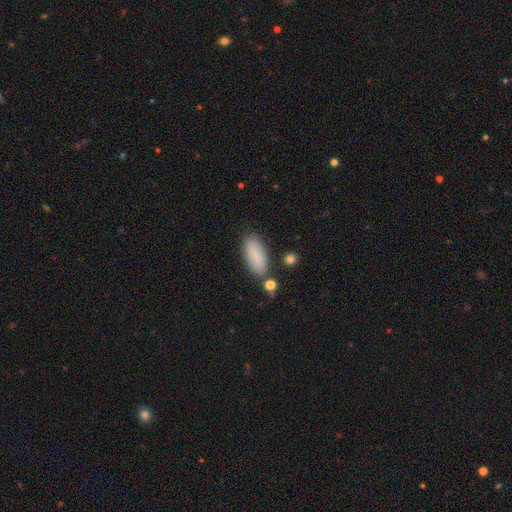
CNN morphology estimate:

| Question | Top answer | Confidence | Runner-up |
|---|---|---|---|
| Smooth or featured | smooth | 87% | star or artifact (7%) |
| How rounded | in between | 82% | cigar-shaped (16%) |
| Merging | none | 82% | minor disturbance (11%) |